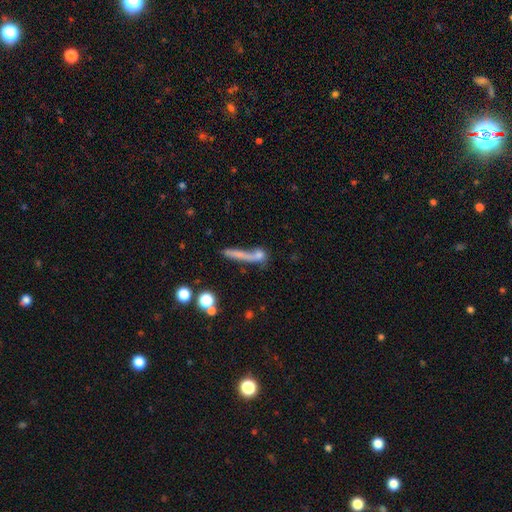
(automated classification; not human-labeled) Smooth or featured? smooth (64%)
How rounded? cigar-shaped (66%)
Merging? none (41%)